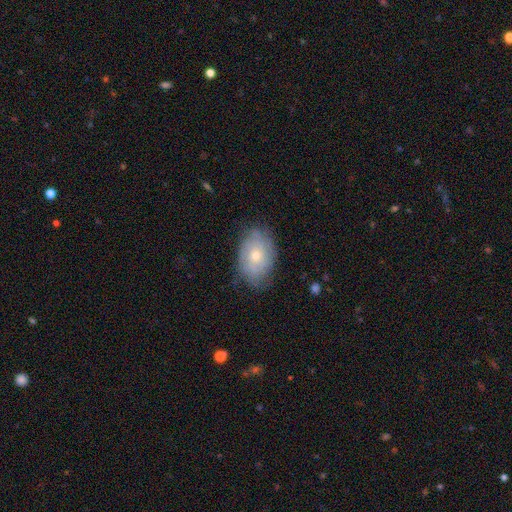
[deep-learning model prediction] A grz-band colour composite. It shows a smooth galaxy with no disk features (49%). Merging: none (74%).